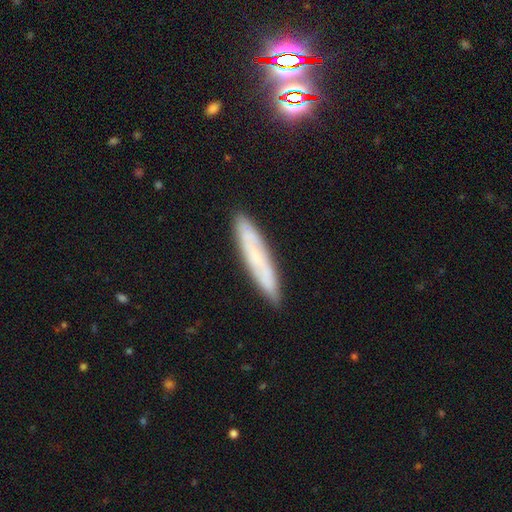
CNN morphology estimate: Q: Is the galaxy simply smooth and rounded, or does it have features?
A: smooth — 51%.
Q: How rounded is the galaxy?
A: cigar-shaped — 88%.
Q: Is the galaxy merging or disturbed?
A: none — 87%.